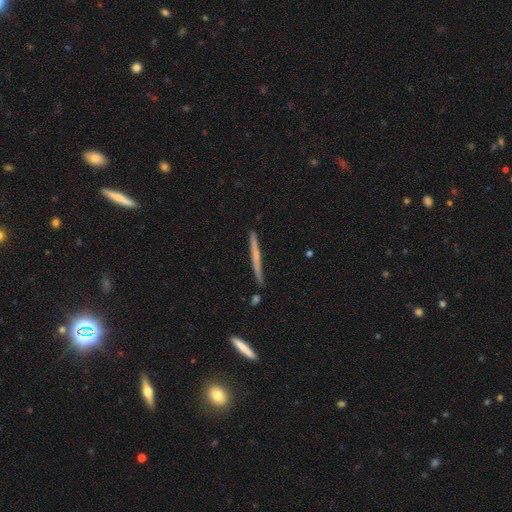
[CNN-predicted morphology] Q: Smooth or featured?
A: featured or disk (47%); tied with: smooth (47%)
Q: Merging?
A: none (86%); runner-up: minor disturbance (10%)